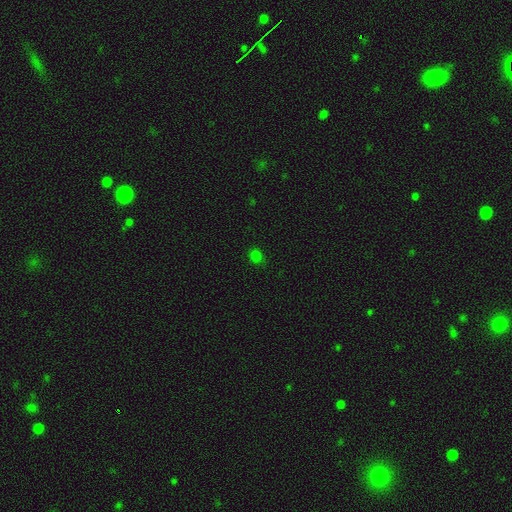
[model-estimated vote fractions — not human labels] Smooth or featured? Predicted: smooth (p=0.76). How rounded? Predicted: round (p=0.72). Merging? Predicted: none (p=0.87).